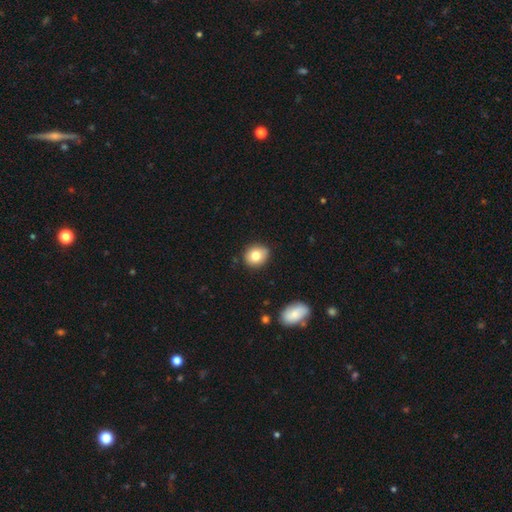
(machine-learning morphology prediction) Overall: smooth (79%). How rounded: round (77%). Merging: none (85%).